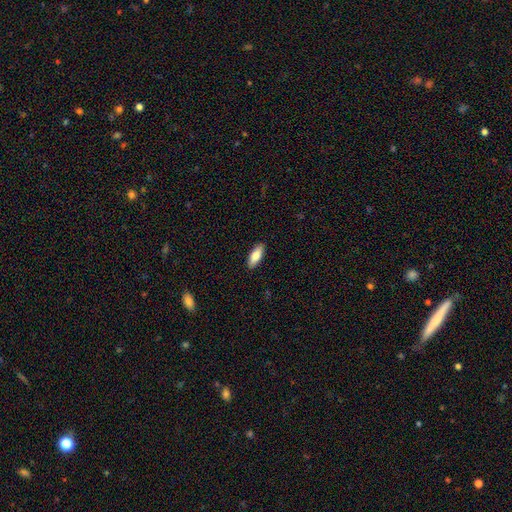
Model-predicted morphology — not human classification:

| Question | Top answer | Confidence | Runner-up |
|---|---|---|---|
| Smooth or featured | smooth | 80% | featured or disk (14%) |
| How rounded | in between | 74% | cigar-shaped (24%) |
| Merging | none | 90% | minor disturbance (7%) |